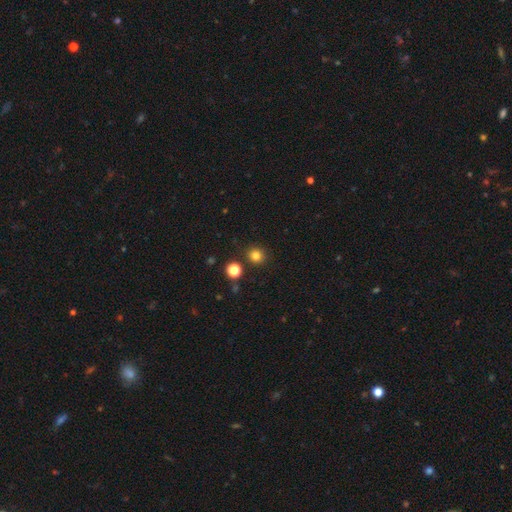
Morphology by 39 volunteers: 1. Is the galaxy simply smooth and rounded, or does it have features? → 95% smooth, 3% featured or disk, 3% star or artifact.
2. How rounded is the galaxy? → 95% round, 5% in between, 0% cigar-shaped.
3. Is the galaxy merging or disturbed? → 87% none, 5% minor disturbance, 5% major disturbance, 3% merger.